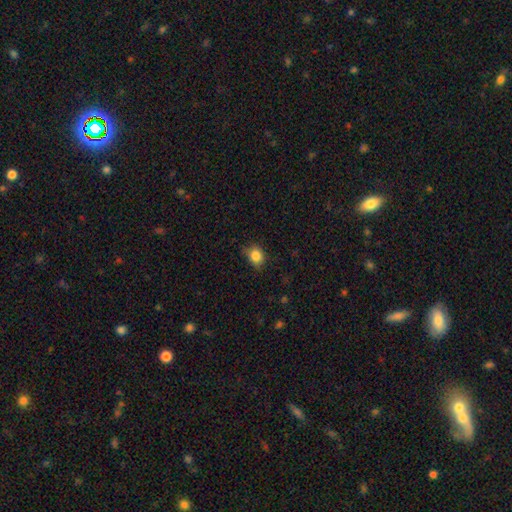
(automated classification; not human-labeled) Overall: smooth (84%). How rounded: round (56%; in between 43%). Merging: none (70%).